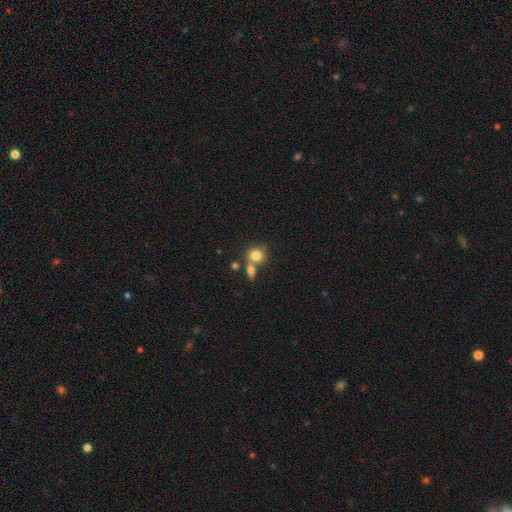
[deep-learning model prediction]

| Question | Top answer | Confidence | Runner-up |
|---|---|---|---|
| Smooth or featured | smooth | 81% | star or artifact (10%) |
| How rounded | round | 79% | in between (20%) |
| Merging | none | 48% | merger (39%) |